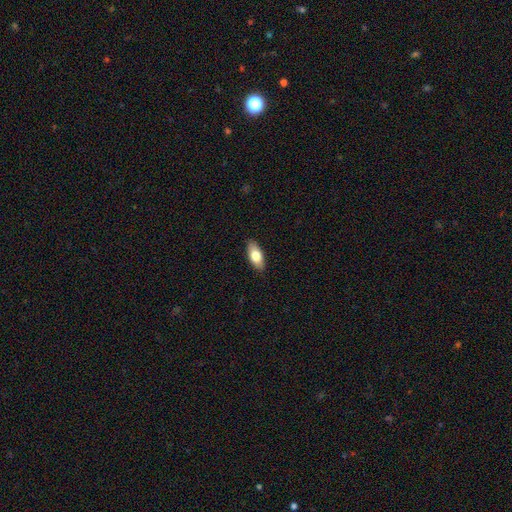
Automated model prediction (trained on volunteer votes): This is likely a smooth galaxy (76%). How rounded: clearly in between (86%). Merging: clearly none (88%).